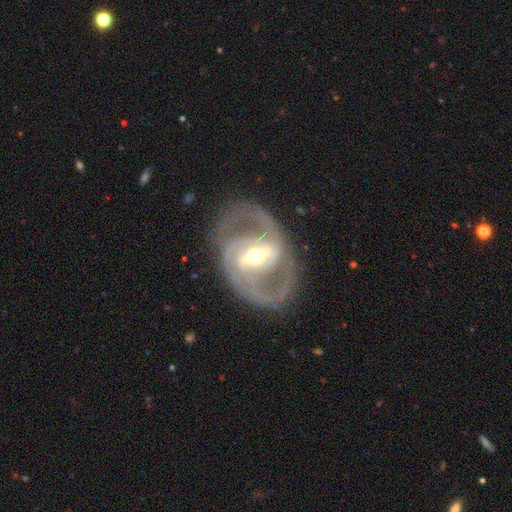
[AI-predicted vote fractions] This appears to be a featured or disk galaxy (90%) with a strong bar (59%), 2 (82%) medium (53%) spiral arms (94%) and a moderate central bulge (59%). Merging: none (77%).